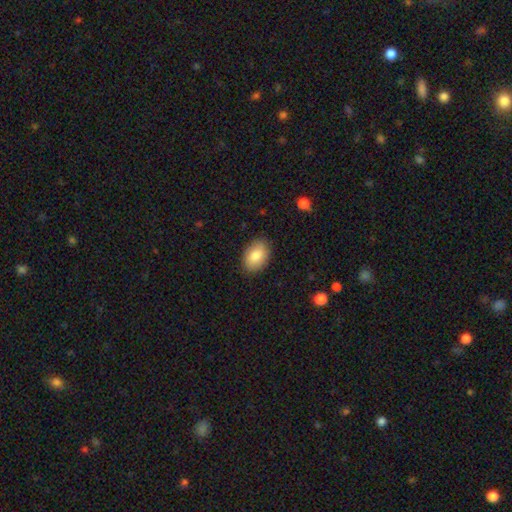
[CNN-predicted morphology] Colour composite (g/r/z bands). It shows a smooth galaxy with no disk features (83%) that is in between round and cigar-shaped (87%). Merging: none (87%).